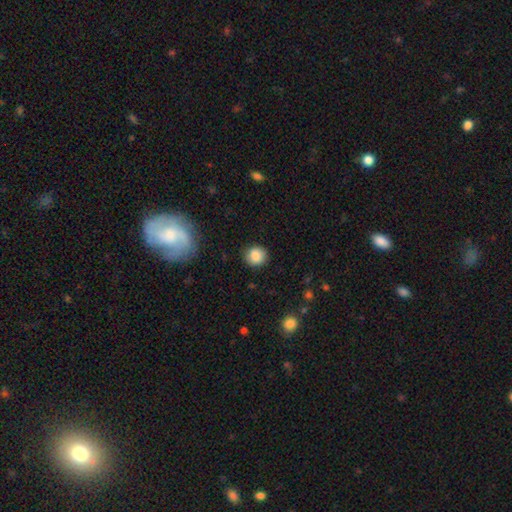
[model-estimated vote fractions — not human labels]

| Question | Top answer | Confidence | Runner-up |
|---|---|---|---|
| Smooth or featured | smooth | 87% | star or artifact (9%) |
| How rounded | round | 86% | in between (13%) |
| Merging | none | 88% | minor disturbance (9%) |